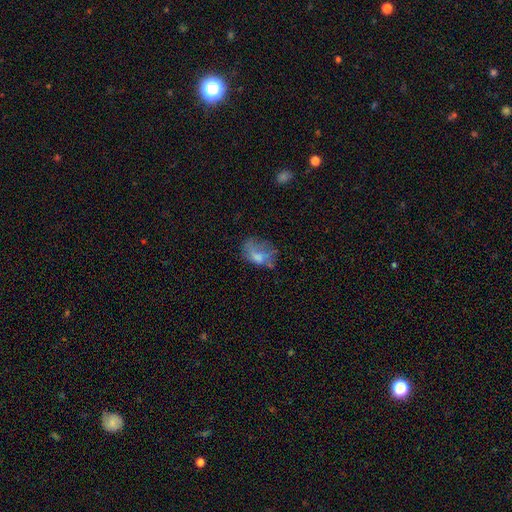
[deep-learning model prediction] Q: Smooth or featured?
A: smooth (50%); runner-up: featured or disk (35%)
Q: Merging?
A: none (37%); runner-up: major disturbance (31%)